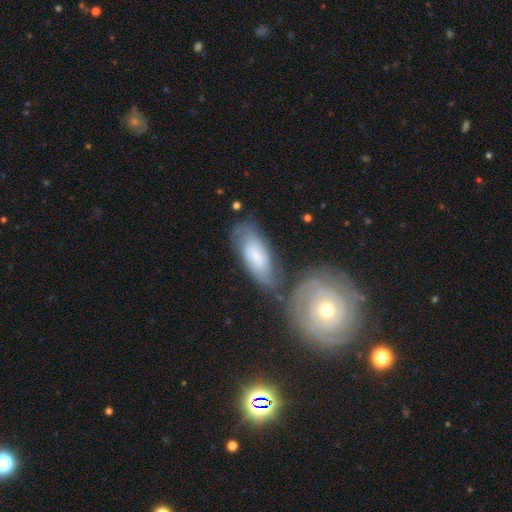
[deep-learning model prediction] This is possibly a featured or disk galaxy (48%). Merging: possibly none (54%).